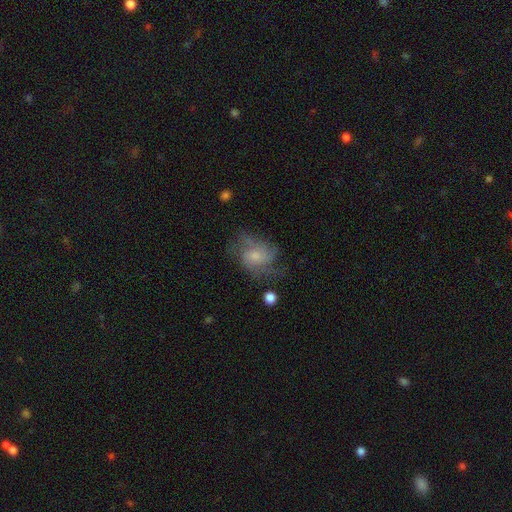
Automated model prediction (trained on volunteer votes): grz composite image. It shows a featured or disk galaxy (57%) with no bar (69%), spiral arms (80%) and a small central bulge (40%). Merging: none (48%).